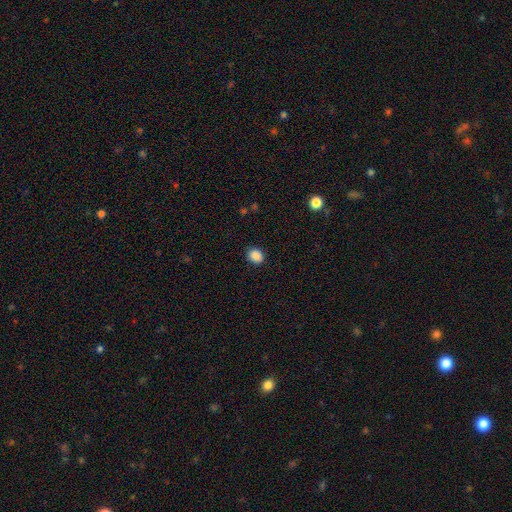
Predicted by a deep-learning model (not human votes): A smooth galaxy with no disk features (88%) that is round (63%).

Vote fractions:
- Smooth or featured? smooth: 88% / star or artifact: 9% / featured or disk: 3%
- How rounded? round: 63% / in between: 36% / cigar-shaped: 1%
- Merging? none: 89% / minor disturbance: 8% / major disturbance: 2% / merger: 1%